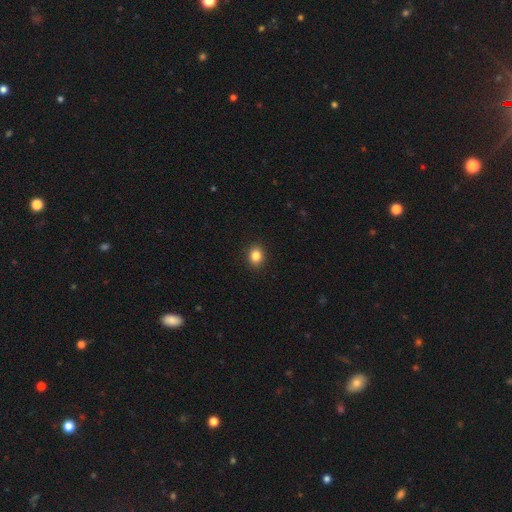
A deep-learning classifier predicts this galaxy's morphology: smooth 85%, star or artifact 11%, featured or disk 4%. Down the decision tree: how rounded — round (65%); merging — none (92%).